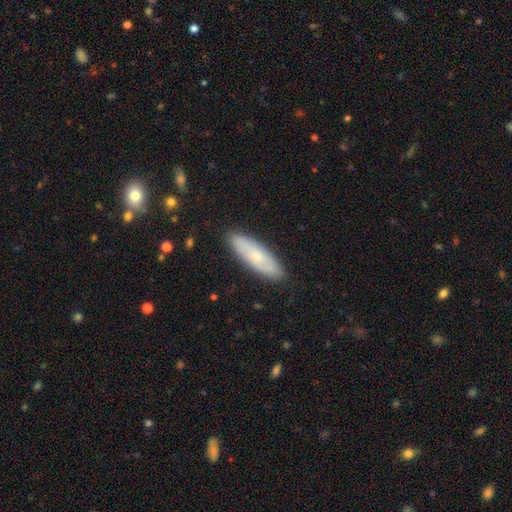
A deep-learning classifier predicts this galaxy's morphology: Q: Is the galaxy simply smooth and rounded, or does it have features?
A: smooth — 67%.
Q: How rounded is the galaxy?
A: cigar-shaped — 53%.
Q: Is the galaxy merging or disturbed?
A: none — 88%.